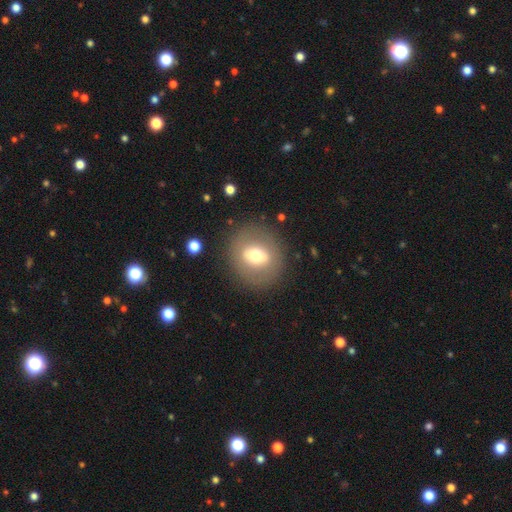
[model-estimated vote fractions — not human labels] Smooth or featured? Predicted: smooth (p=0.55). How rounded? Predicted: round (p=0.77). Merging? Predicted: none (p=0.83).